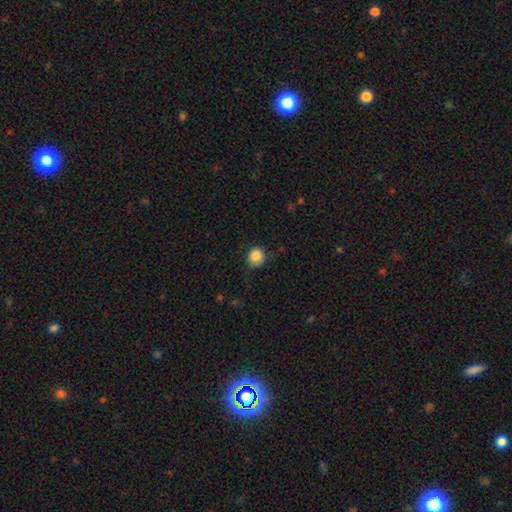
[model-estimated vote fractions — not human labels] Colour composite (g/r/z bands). It shows a smooth galaxy with no disk features (85%) that is round (87%). Merging: none (75%).